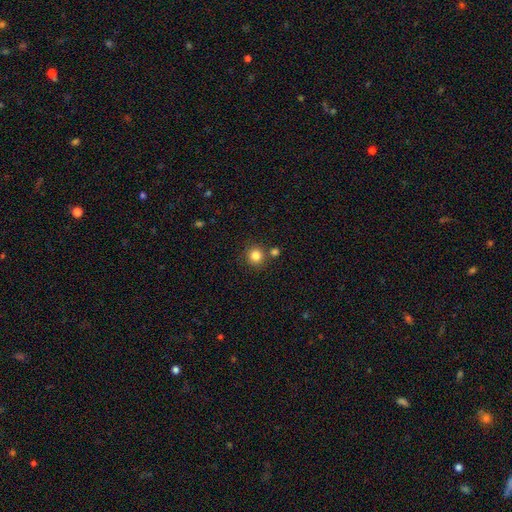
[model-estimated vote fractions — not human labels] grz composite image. It shows a smooth galaxy with no disk features (83%) that is round (93%). Merging: none (80%).